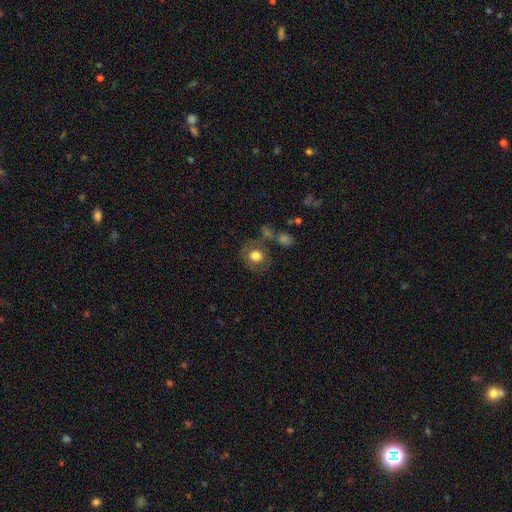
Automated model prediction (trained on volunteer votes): A smooth galaxy with no disk features (68%) that is round (77%). Merging: none (66%).